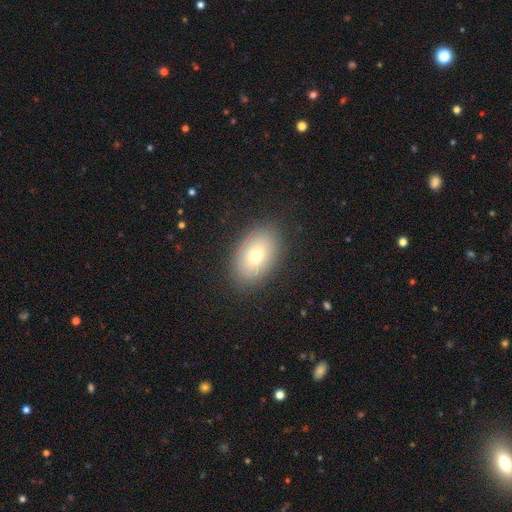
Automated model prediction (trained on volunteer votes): smooth-or-featured: smooth: 73% | featured or disk: 17% | star or artifact: 10%
  how-rounded: in between: 87% | round: 11% | cigar-shaped: 1%
  merging: none: 88% | minor disturbance: 8% | major disturbance: 3% | merger: 1%